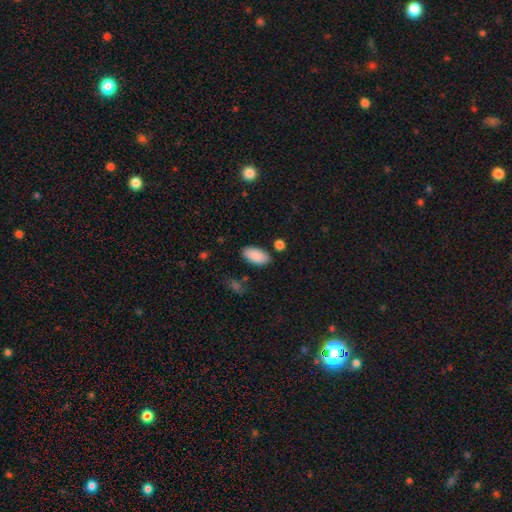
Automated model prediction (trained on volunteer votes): This appears to be a smooth galaxy with no disk features (89%) that is in between round and cigar-shaped (94%). Merging: none (82%).